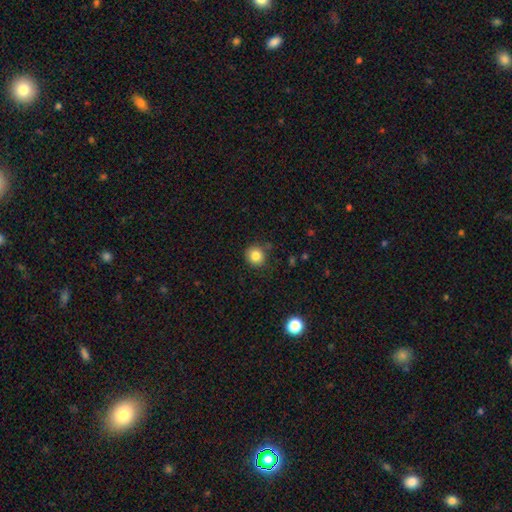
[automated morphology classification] Smooth or featured: smooth — 84% (star or artifact — 11%)
How rounded: round — 90% (in between — 9%)
Merging: none — 83% (minor disturbance — 11%)